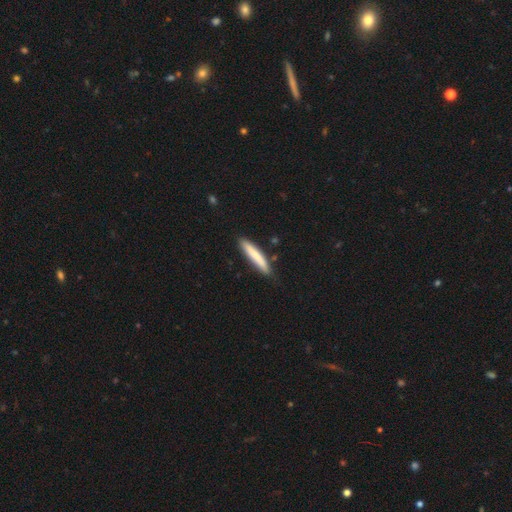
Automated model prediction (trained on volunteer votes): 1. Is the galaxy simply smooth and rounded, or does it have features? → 75% smooth, 19% featured or disk, 6% star or artifact.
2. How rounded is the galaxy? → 91% cigar-shaped, 8% in between, 1% round.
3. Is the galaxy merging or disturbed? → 82% none, 13% minor disturbance, 2% merger, 2% major disturbance.